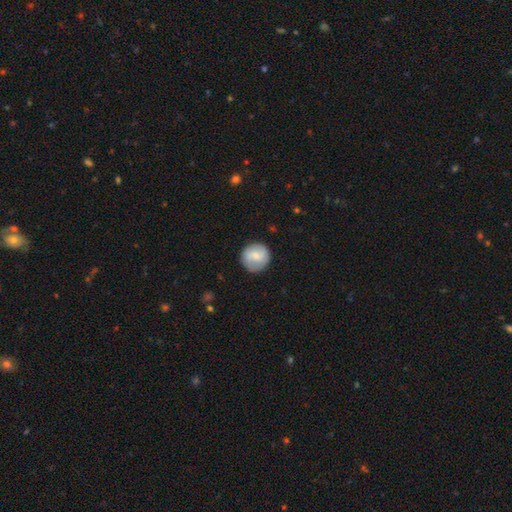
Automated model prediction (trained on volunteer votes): smooth_or_featured: smooth (p=0.67) [alt: featured or disk p=0.26]
how_rounded: round (p=0.93) [alt: in between p=0.06]
merging: none (p=0.83) [alt: minor disturbance p=0.12]